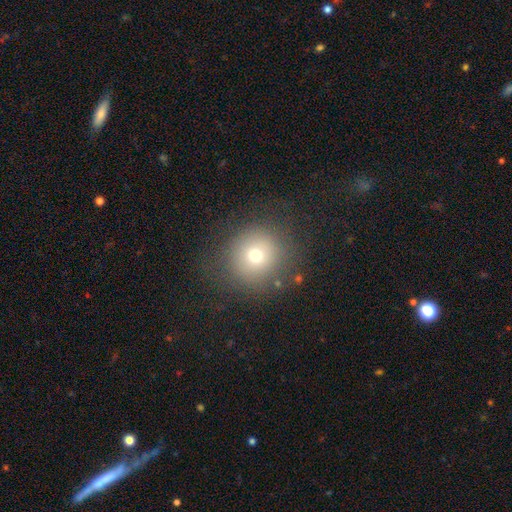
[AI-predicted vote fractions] The model was most divided on "smooth or featured": smooth: 70%, star or artifact: 17%, featured or disk: 13%. More confident: how rounded — round (92%); merging — none (82%).